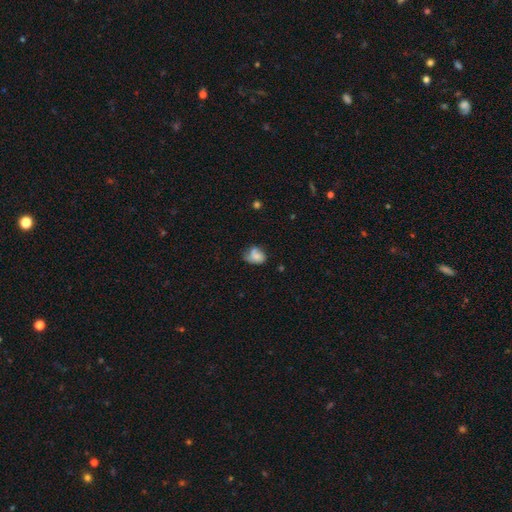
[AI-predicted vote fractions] This is likely a smooth galaxy (66%). How rounded: likely in between (67%). Merging: marginally none (40%).